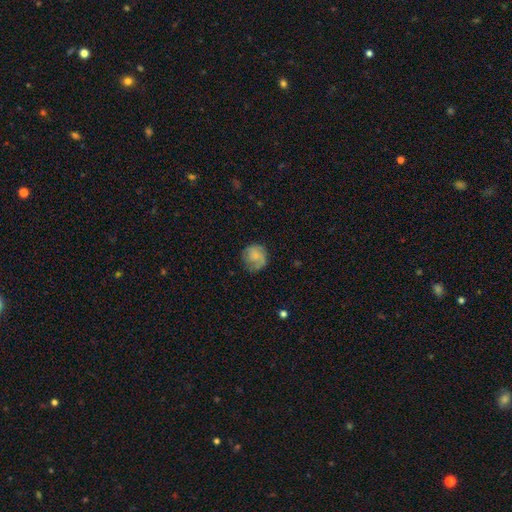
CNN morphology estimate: type=smooth (57%); roundness=round (85%); merging=none (62%).